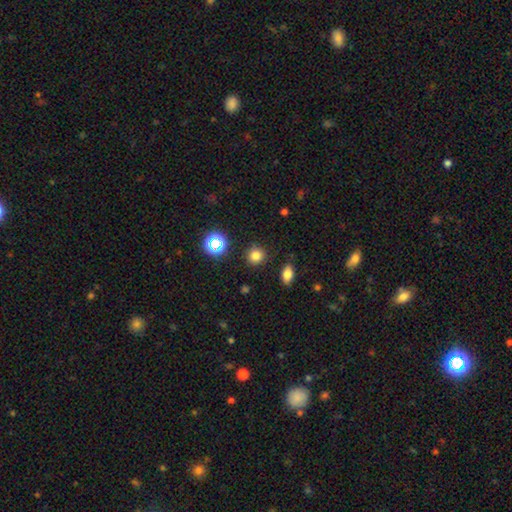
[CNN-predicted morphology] Smooth or featured? smooth (77%)
How rounded? round (86%)
Merging? none (87%)